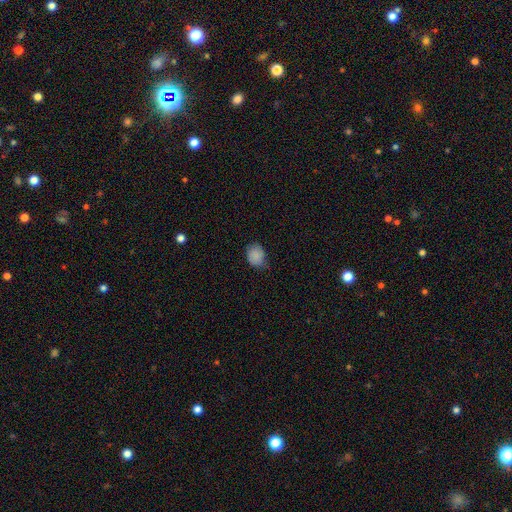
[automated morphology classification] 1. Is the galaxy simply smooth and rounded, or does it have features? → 83% smooth, 9% star or artifact, 9% featured or disk.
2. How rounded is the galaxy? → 55% round, 44% in between, 1% cigar-shaped.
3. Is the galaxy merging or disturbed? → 61% none, 32% minor disturbance, 6% major disturbance, 1% merger.